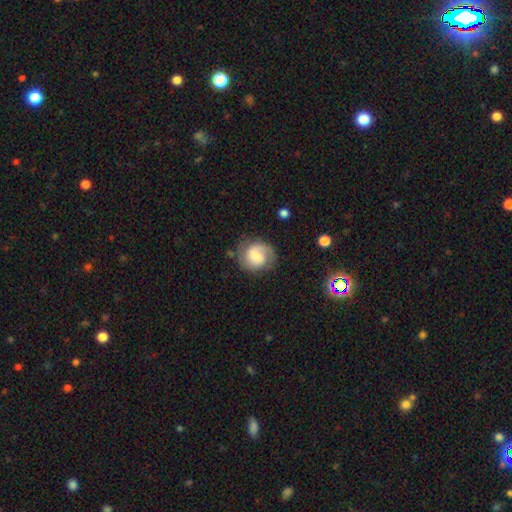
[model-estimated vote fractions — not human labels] smooth-or-featured: featured or disk: 61% | smooth: 32% | star or artifact: 7%
  disk-edge-on: no: 98% | yes: 2%
    bar: weak: 46% | no: 43% | strong: 11%
    has-spiral-arms: yes: 91% | no: 9%
      spiral-winding: medium: 44% | tight: 36% | loose: 21%
      spiral-arm-count: 2: 69% | 1: 18% | can't tell: 10% | 3: 2% | 4: 1% | more than 4: 1%
    bulge-size: moderate: 43% (tied) | small: 43% (tied) | large: 8% | none: 5% | dominant: 2%
  merging: none: 72% | minor disturbance: 18% | major disturbance: 8% | merger: 2%